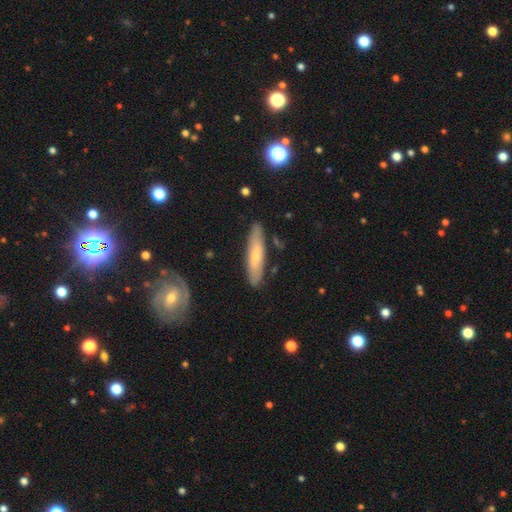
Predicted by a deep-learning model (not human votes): A smooth galaxy with no disk features (58%) that is cigar-shaped (78%).

Vote fractions:
- Smooth or featured? smooth: 58% / featured or disk: 37% / star or artifact: 6%
- How rounded? cigar-shaped: 78% / in between: 21% / round: 2%
- Merging? none: 84% / minor disturbance: 12% / major disturbance: 2% / merger: 2%